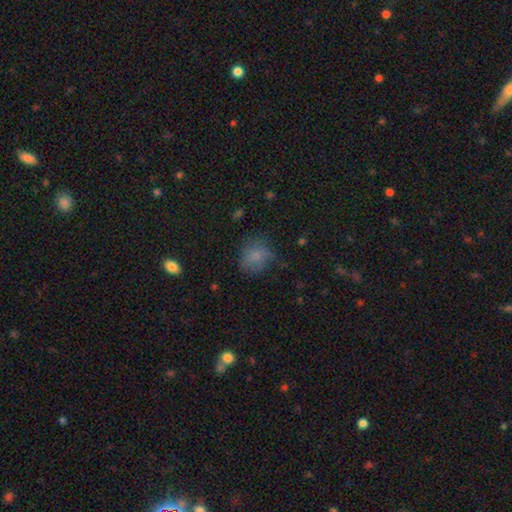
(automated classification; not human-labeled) A smooth galaxy with no disk features (74%) that is round (70%). Merging: none (60%).